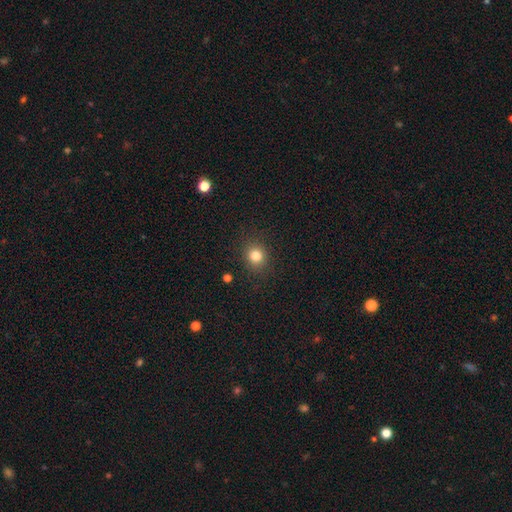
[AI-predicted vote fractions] smooth_or_featured: smooth (p=0.81) [alt: star or artifact p=0.13]
how_rounded: round (p=0.81) [alt: in between p=0.18]
merging: none (p=0.88) [alt: minor disturbance p=0.08]